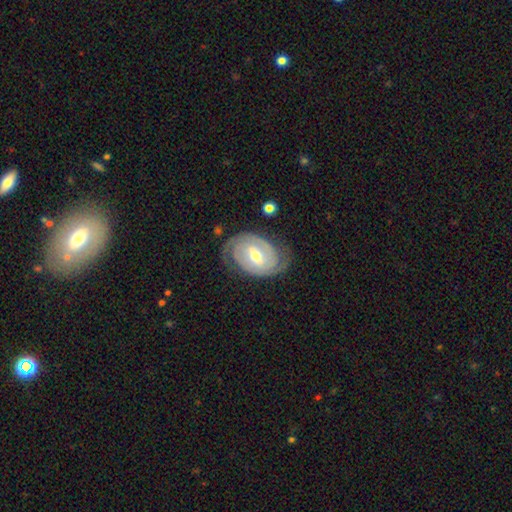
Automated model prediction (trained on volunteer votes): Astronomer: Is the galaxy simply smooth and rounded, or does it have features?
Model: featured or disk — 86%.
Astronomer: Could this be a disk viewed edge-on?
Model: no — 97%.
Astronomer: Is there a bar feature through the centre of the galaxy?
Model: weak — 50% (runner-up: strong, 26%).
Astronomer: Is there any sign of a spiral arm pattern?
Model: yes — 95%.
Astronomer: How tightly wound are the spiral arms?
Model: tight — 72%.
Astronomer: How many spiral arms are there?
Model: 2 — 80%.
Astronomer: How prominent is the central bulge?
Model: moderate — 69%.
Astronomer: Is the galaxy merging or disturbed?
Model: none — 78%.